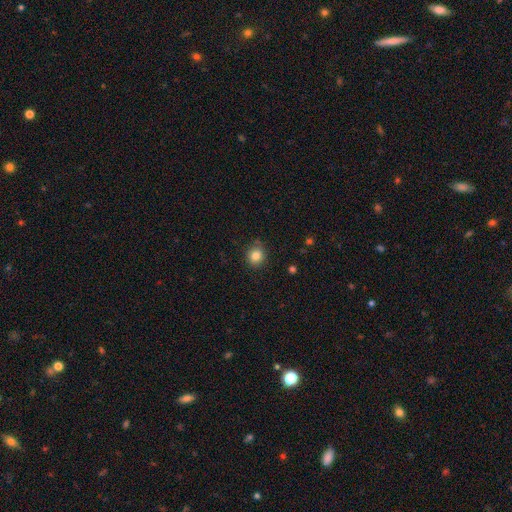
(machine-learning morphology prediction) smooth_or_featured: smooth (p=0.83) [alt: star or artifact p=0.11]
how_rounded: round (p=0.86) [alt: in between p=0.13]
merging: none (p=0.85) [alt: minor disturbance p=0.11]